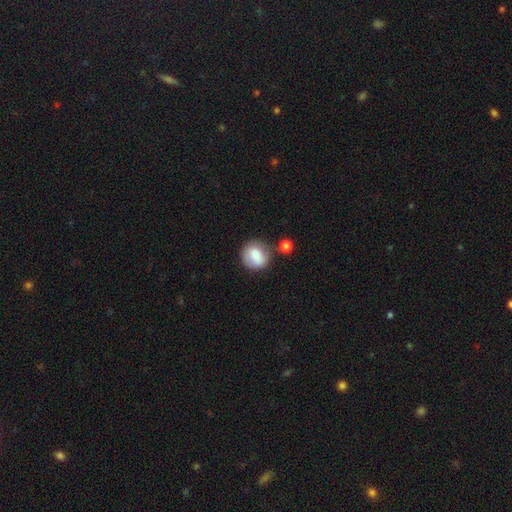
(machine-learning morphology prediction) Overall: smooth (78%). How rounded: round (88%). Merging: none (70%).